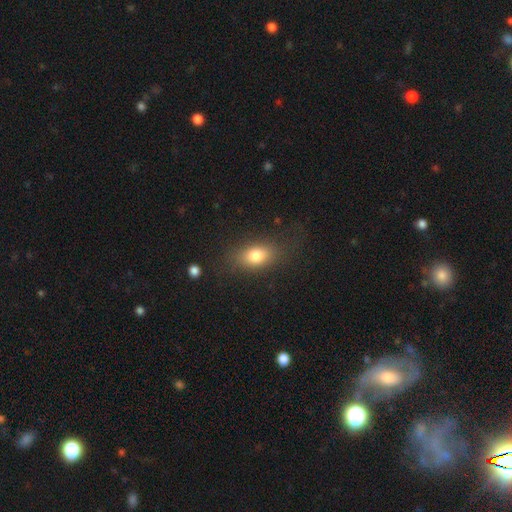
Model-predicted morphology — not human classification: Smooth or featured: smooth — 79% (featured or disk — 12%)
How rounded: in between — 79% (round — 16%)
Merging: none — 75% (minor disturbance — 15%)